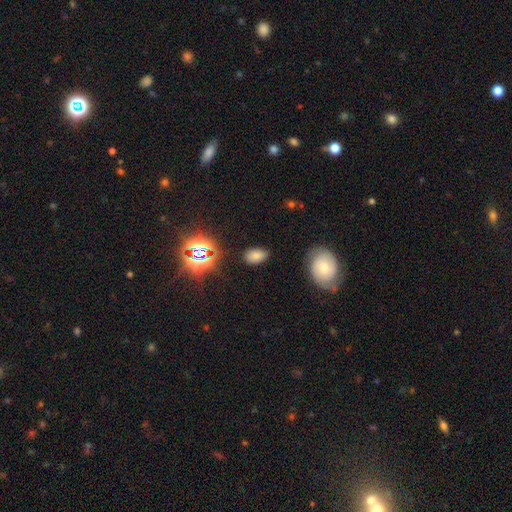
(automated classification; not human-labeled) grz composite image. It shows a smooth galaxy with no disk features (72%) that is in between round and cigar-shaped (90%). Merging: none (84%).